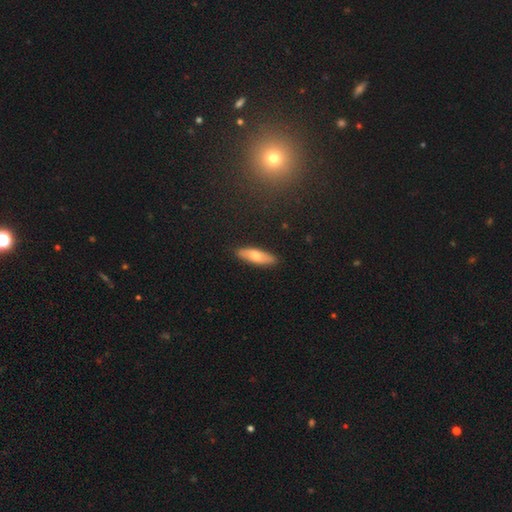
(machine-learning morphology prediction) This appears to be a smooth galaxy with no disk features (67%) that is in between round and cigar-shaped (51%). Merging: none (88%).